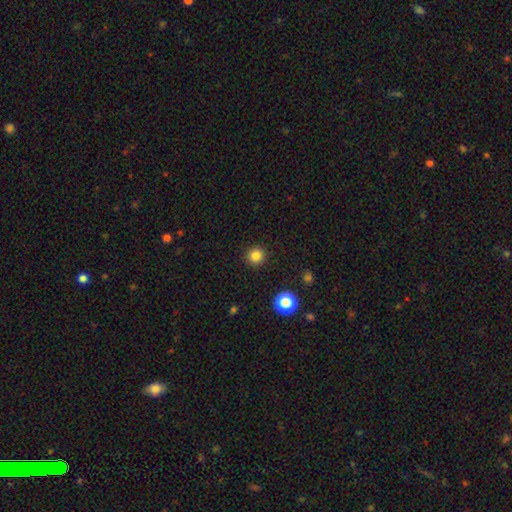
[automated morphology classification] A smooth galaxy with no disk features (83%) that is round (94%).

Vote fractions:
- Smooth or featured? smooth: 83% / star or artifact: 13% / featured or disk: 4%
- How rounded? round: 94% / in between: 5% / cigar-shaped: 1%
- Merging? none: 92% / minor disturbance: 5% / major disturbance: 2% / merger: 1%